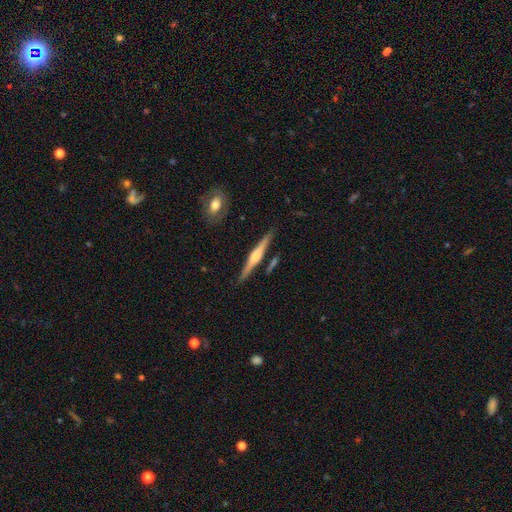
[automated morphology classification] The model was most divided on "smooth or featured": featured or disk: 68%, smooth: 26%, star or artifact: 6%. More confident: edge-on disk — yes (98%); merging — none (86%); edge-on bulge — rounded (71%).